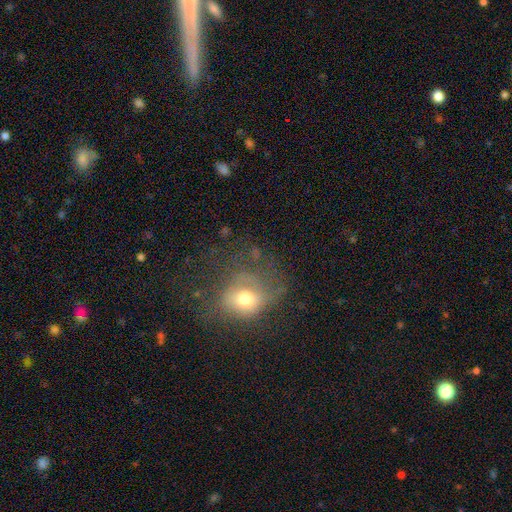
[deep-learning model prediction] Smooth or featured?
  - smooth: 47% *
  - featured or disk: 35%
  - star or artifact: 19%
Merging?
  - none: 41% *
  - major disturbance: 33%
  - minor disturbance: 23%
  - merger: 3%